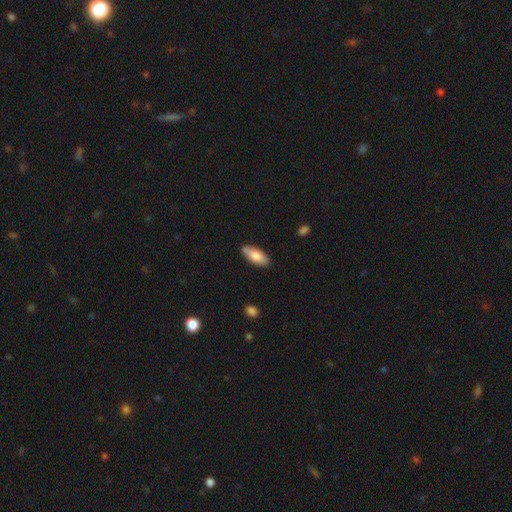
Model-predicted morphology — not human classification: Q: Smooth or featured?
A: smooth (80%); runner-up: featured or disk (14%)
Q: How rounded?
A: in between (80%); runner-up: cigar-shaped (18%)
Q: Merging?
A: none (80%); runner-up: minor disturbance (15%)